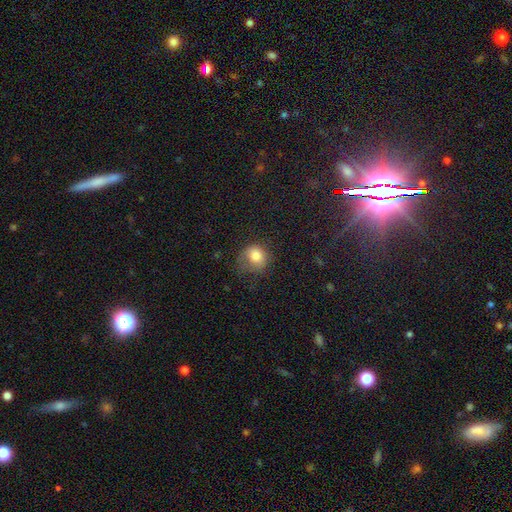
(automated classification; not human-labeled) smooth 80%, star or artifact 10%, featured or disk 10%. Down the decision tree: how rounded — round (73%); merging — none (46%).